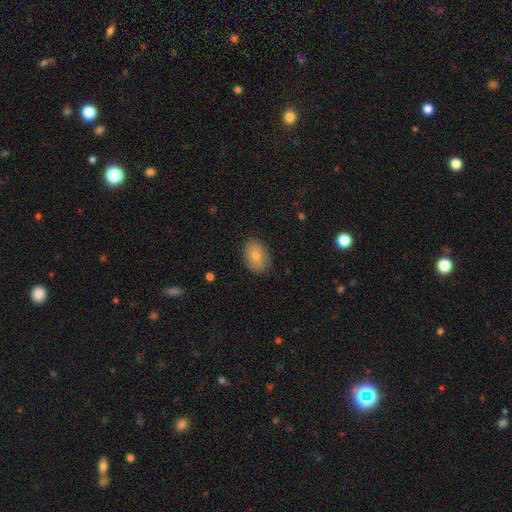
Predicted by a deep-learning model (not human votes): Overall: smooth (79%). How rounded: in between (81%). Merging: none (84%).